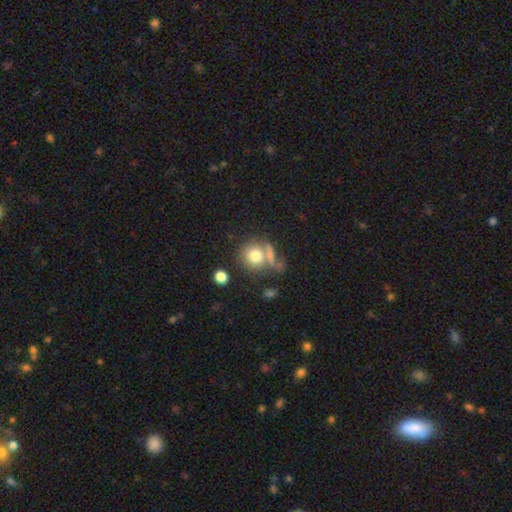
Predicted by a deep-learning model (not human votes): This appears to be a smooth galaxy with no disk features (76%) that is round (85%). Merging: none (52%).